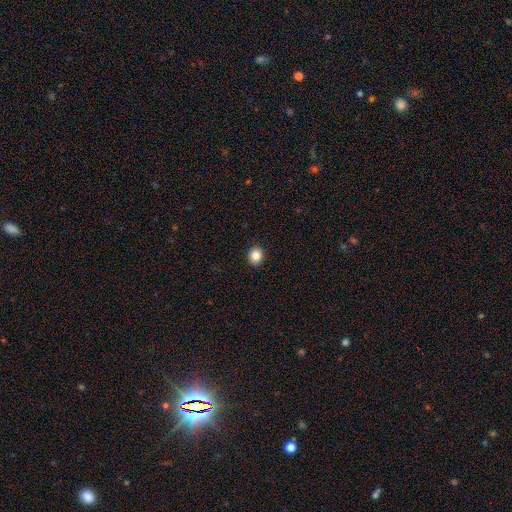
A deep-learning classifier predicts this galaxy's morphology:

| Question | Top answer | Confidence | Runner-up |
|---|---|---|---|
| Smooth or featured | smooth | 85% | star or artifact (10%) |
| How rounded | round | 67% | in between (32%) |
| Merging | none | 92% | minor disturbance (6%) |